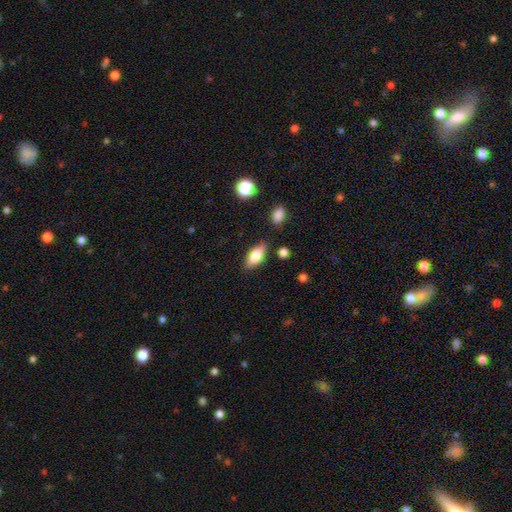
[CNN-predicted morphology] A smooth galaxy with no disk features (67%) that is in between round and cigar-shaped (80%). Merging: none (81%).